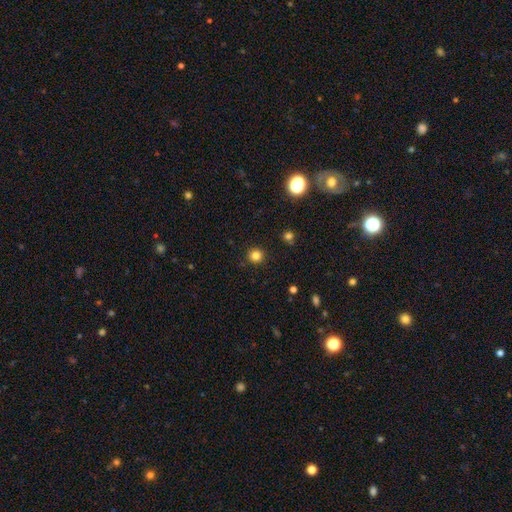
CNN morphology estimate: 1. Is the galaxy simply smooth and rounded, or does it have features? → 82% smooth, 13% star or artifact, 5% featured or disk.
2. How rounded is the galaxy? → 94% round, 5% in between, 1% cigar-shaped.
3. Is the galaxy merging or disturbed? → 91% none, 6% minor disturbance, 2% major disturbance, 1% merger.